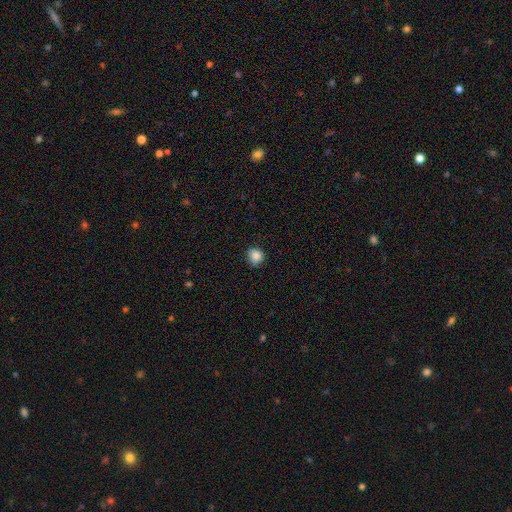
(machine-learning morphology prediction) The model was most divided on "merging": none: 78%, minor disturbance: 18%, major disturbance: 3%, merger: 1%. More confident: smooth or featured — smooth (86%); how rounded — round (86%).